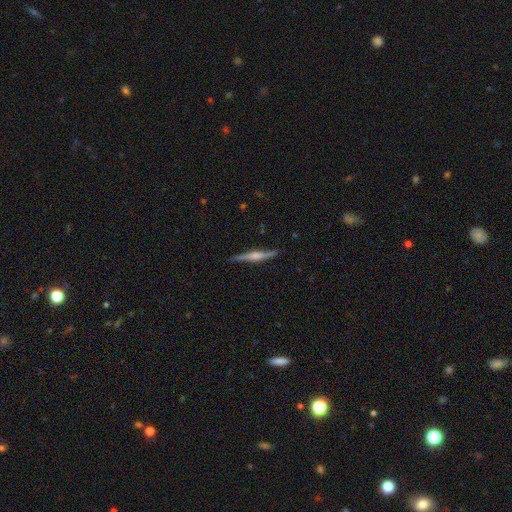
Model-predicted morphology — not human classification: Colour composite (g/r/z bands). It shows a featured or disk galaxy (73%) viewed edge-on (98%) with a rounded central bulge (62%). Merging: none (87%).